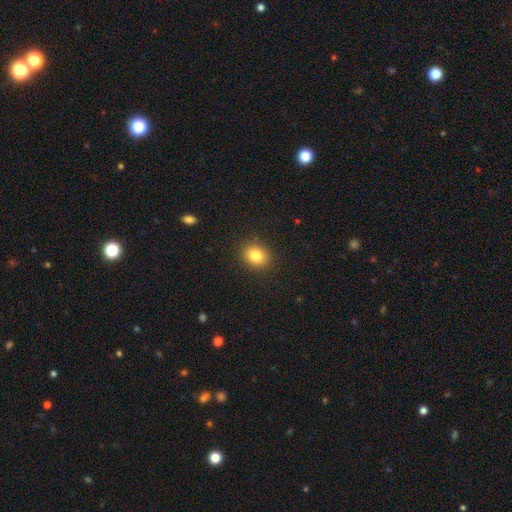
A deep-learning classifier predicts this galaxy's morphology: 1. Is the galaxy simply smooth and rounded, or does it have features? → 81% smooth, 11% star or artifact, 7% featured or disk.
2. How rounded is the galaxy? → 70% round, 29% in between, 1% cigar-shaped.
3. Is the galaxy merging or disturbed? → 90% none, 7% minor disturbance, 2% major disturbance, 1% merger.